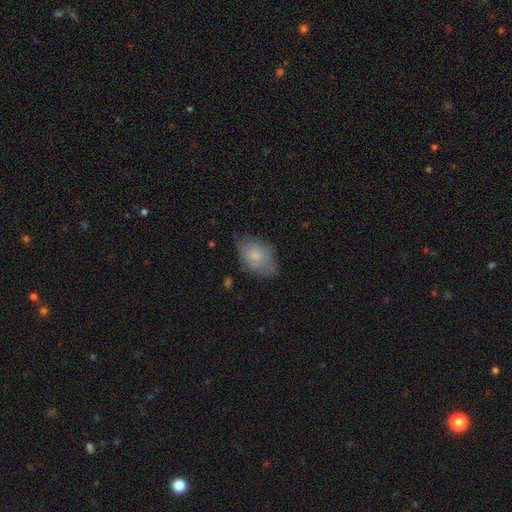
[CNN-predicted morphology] smooth_or_featured: smooth (p=0.73) [alt: featured or disk p=0.20]
how_rounded: in between (p=0.85) [alt: round p=0.13]
merging: none (p=0.57) [alt: minor disturbance p=0.33]